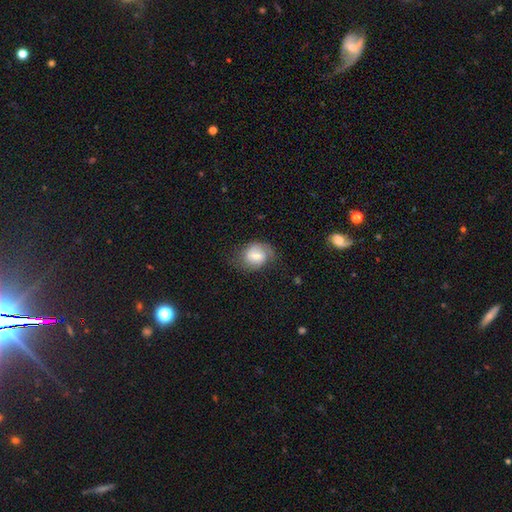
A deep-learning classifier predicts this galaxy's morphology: Smooth or featured? smooth (56%)
How rounded? round (50%)
Merging? none (57%)